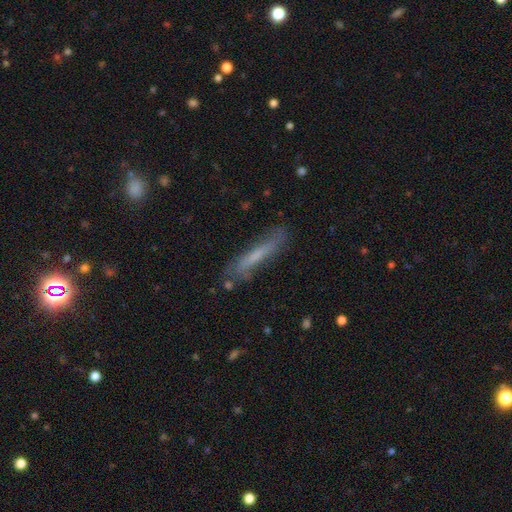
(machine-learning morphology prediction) The model was most divided on "smooth or featured": smooth: 52%, featured or disk: 40%, star or artifact: 8%. More confident: how rounded — cigar-shaped (91%); merging — none (74%).